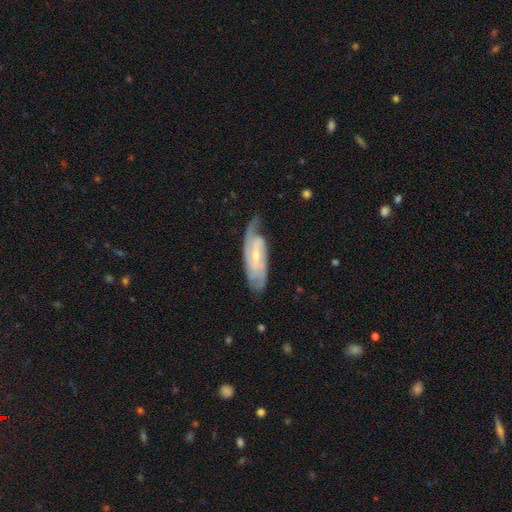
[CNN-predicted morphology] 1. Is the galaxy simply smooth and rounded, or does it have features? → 85% featured or disk, 10% smooth, 5% star or artifact.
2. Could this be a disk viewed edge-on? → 90% no, 10% yes.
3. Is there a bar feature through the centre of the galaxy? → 45% weak, 31% no, 24% strong.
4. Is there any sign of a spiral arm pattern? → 96% yes, 4% no.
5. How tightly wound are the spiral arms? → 49% tight, 40% medium, 11% loose.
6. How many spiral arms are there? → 57% 2, 18% can't tell, 13% 3, 5% 1, 4% 4, 3% more than 4.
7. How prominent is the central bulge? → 68% small, 27% moderate, 3% none, 1% large, 1% dominant.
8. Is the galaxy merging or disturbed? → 70% none, 20% minor disturbance, 8% major disturbance, 2% merger.